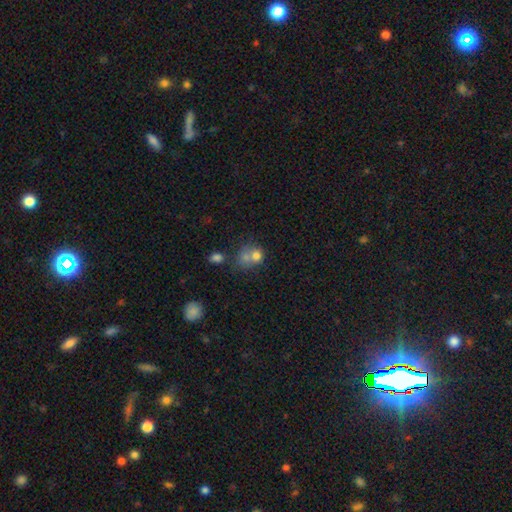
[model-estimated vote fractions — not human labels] Overall: smooth (69%). How rounded: round (67%; in between 32%). Merging: merger (52%; none 30%).